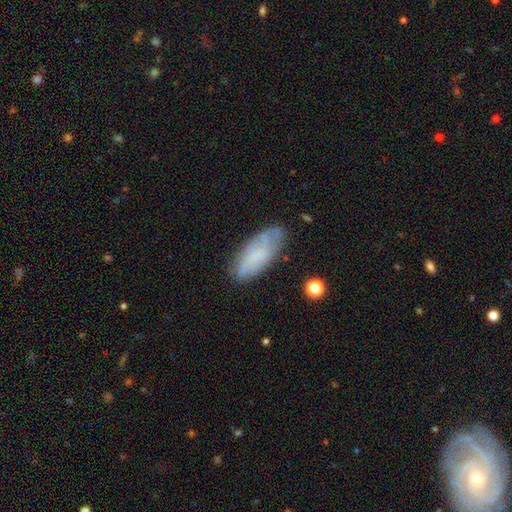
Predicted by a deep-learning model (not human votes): Overall: smooth (56%; featured or disk 34%). How rounded: in between (78%). Merging: none (70%).